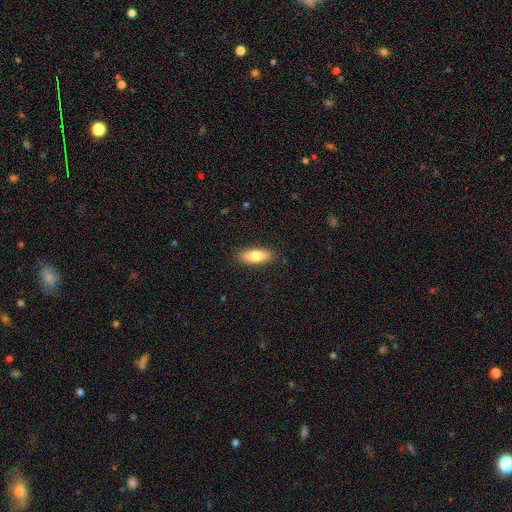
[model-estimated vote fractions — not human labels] This appears to be a smooth galaxy with no disk features (78%) that is in between round and cigar-shaped (66%). Merging: none (89%).